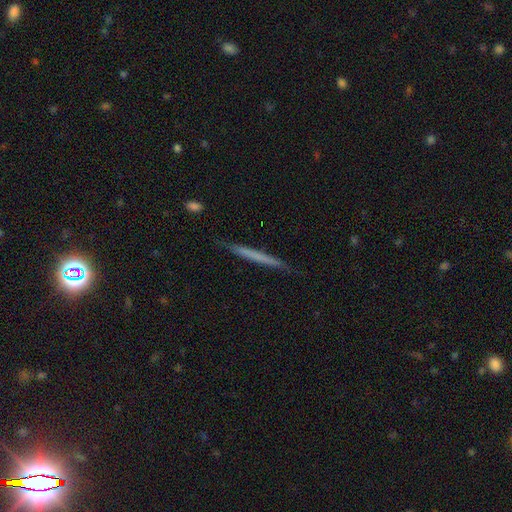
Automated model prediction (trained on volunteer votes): Morphology: type=smooth (52%); roundness=cigar-shaped (97%); merging=none (88%).